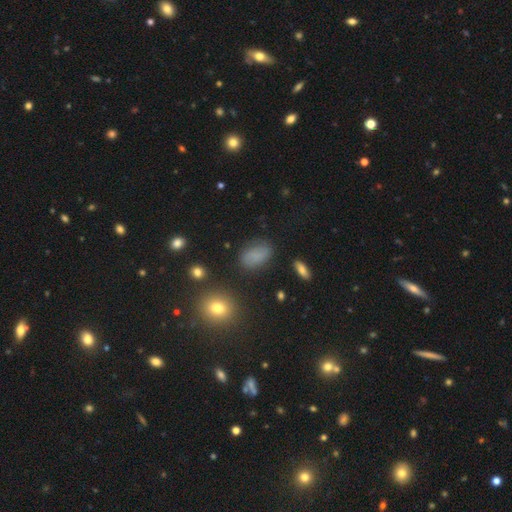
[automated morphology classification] Overall: smooth (74%). How rounded: in between (88%). Merging: none (76%).